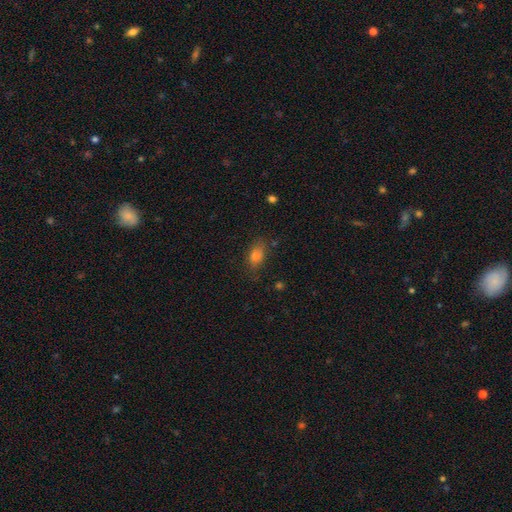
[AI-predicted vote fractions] A smooth galaxy with no disk features (76%) that is in between round and cigar-shaped (81%).

Vote fractions:
- Smooth or featured? smooth: 76% / star or artifact: 14% / featured or disk: 10%
- How rounded? in between: 81% / round: 14% / cigar-shaped: 5%
- Merging? none: 75% / minor disturbance: 18% / major disturbance: 5% / merger: 2%